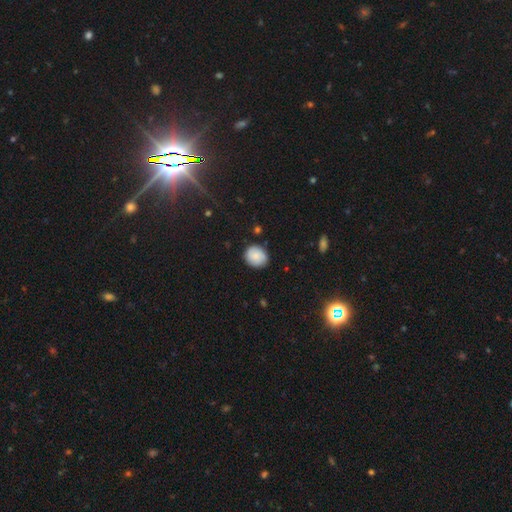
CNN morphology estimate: Q: Smooth or featured?
A: smooth (81%); runner-up: featured or disk (11%)
Q: How rounded?
A: round (76%); runner-up: in between (23%)
Q: Merging?
A: none (81%); runner-up: minor disturbance (15%)